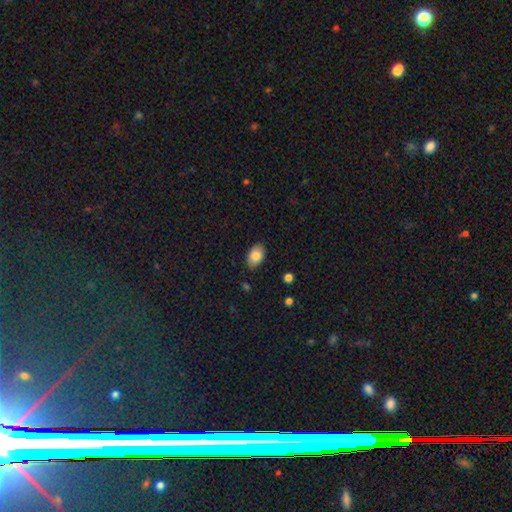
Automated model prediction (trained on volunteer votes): Smooth or featured: smooth — 83% (featured or disk — 10%)
How rounded: in between — 90% (round — 9%)
Merging: none — 85% (minor disturbance — 11%)